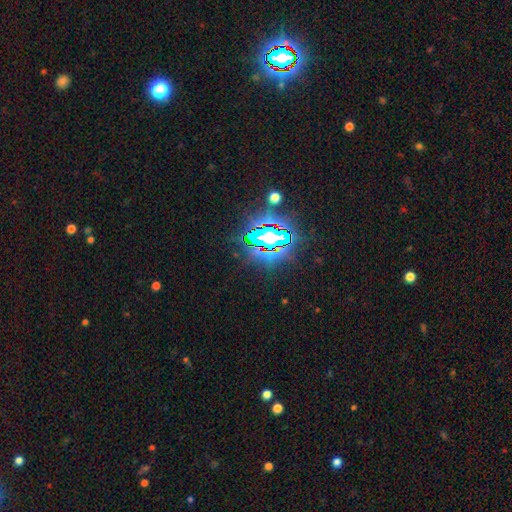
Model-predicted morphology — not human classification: Smooth or featured?
  - star or artifact: 82% *
  - smooth: 10%
  - featured or disk: 8%